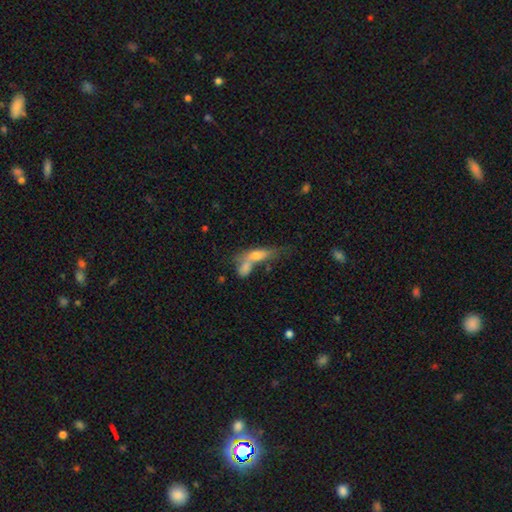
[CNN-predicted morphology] Smooth or featured? Predicted: smooth (p=0.61). How rounded? Predicted: in between (p=0.49). Merging? Predicted: merger (p=0.53).